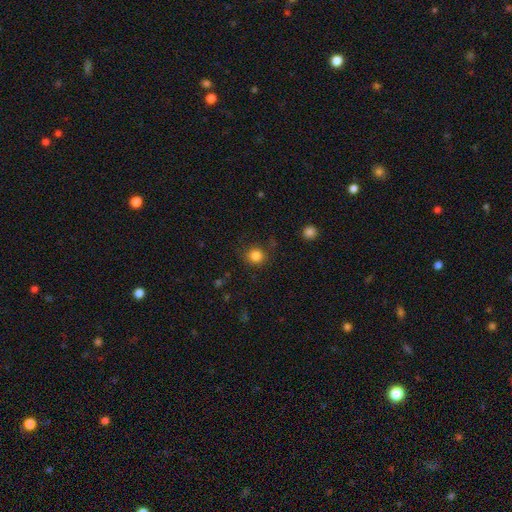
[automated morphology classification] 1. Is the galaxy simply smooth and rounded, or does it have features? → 84% smooth, 12% star or artifact, 4% featured or disk.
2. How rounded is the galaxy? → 89% round, 10% in between, 1% cigar-shaped.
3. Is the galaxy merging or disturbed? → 85% none, 10% minor disturbance, 4% major disturbance, 2% merger.